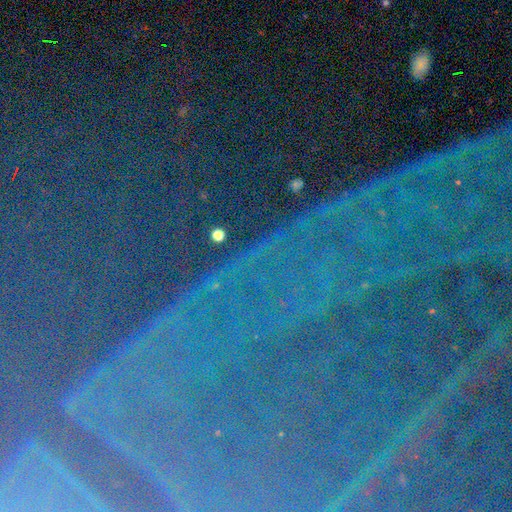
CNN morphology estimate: A star or artifact, not a galaxy (86%).